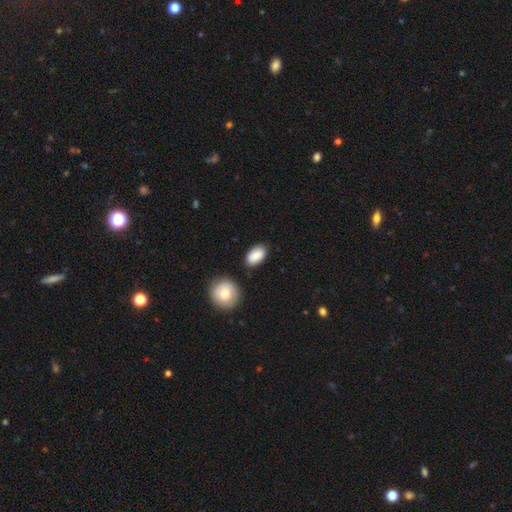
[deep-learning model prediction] A smooth galaxy with no disk features (88%) that is in between round and cigar-shaped (91%). Merging: none (81%).